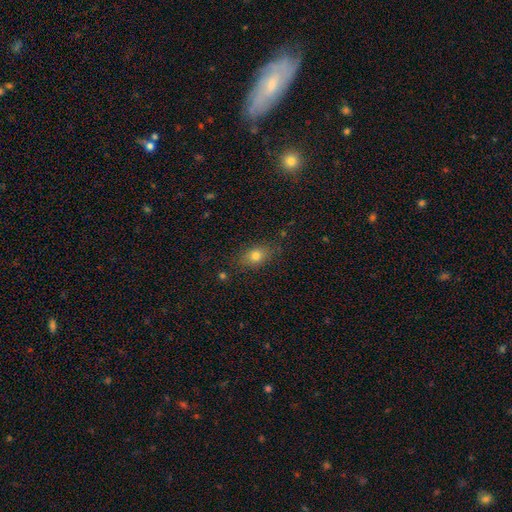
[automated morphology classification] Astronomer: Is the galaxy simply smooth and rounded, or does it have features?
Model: smooth — 77%.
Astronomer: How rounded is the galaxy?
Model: in between — 70%.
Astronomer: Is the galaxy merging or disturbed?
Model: none — 79%.